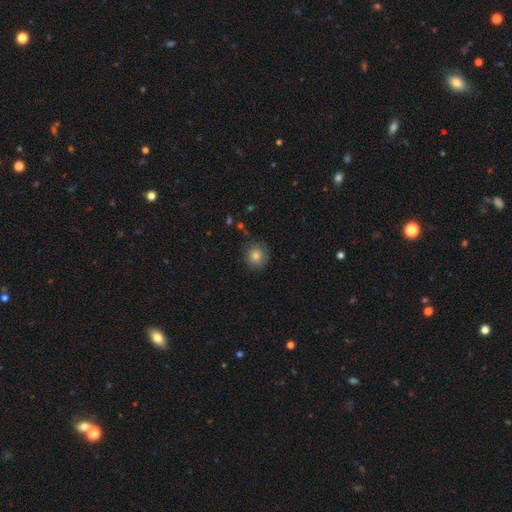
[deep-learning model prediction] smooth 81%, star or artifact 10%, featured or disk 8%. Down the decision tree: how rounded — round (91%); merging — none (81%).